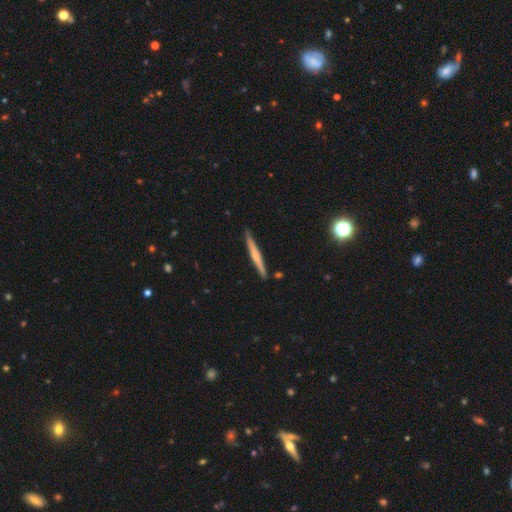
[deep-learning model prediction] Smooth or featured: featured or disk — 55% (smooth — 39%)
Edge-on disk: yes — 97% (no — 3%)
Edge-on bulge: rounded — 48% (none — 40%)
Merging: none — 89% (minor disturbance — 7%)